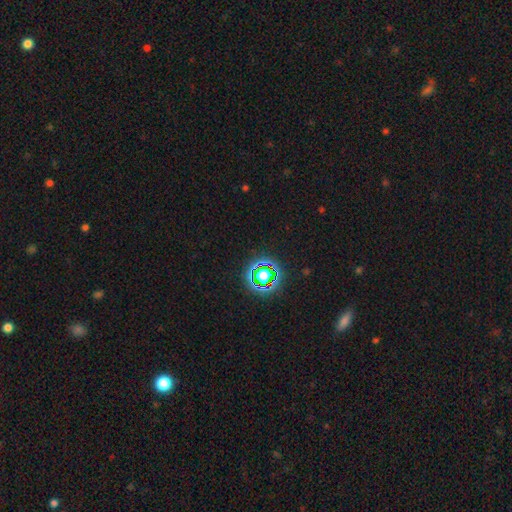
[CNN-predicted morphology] smooth-or-featured: star or artifact: 72% | smooth: 21% | featured or disk: 8%